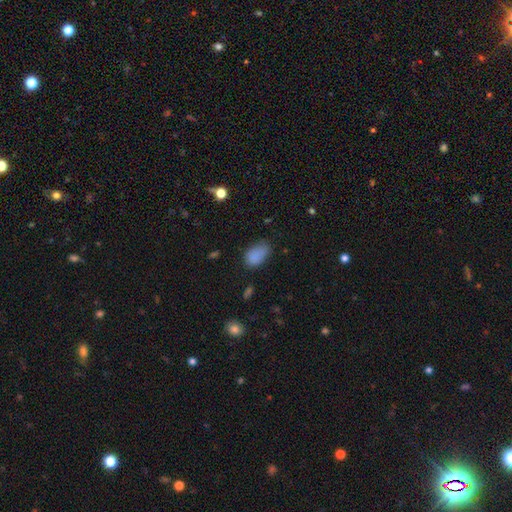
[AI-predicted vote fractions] A smooth galaxy with no disk features (84%) that is in between round and cigar-shaped (91%).

Vote fractions:
- Smooth or featured? smooth: 84% / star or artifact: 10% / featured or disk: 6%
- How rounded? in between: 91% / round: 7% / cigar-shaped: 2%
- Merging? none: 56% / minor disturbance: 31% / major disturbance: 10% / merger: 3%